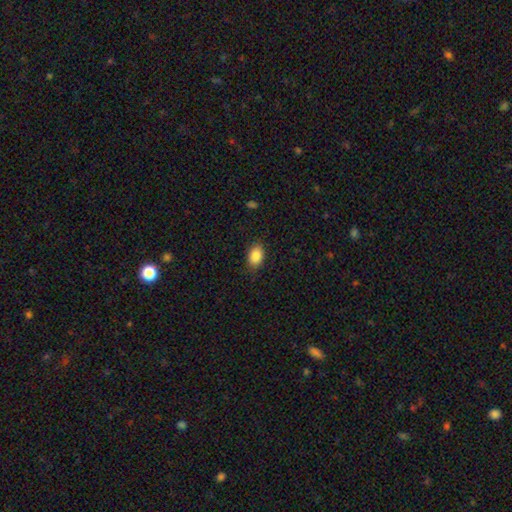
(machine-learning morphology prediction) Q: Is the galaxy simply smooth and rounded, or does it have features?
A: smooth — 87%.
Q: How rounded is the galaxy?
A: in between — 84%.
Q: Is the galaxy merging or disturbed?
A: none — 85%.